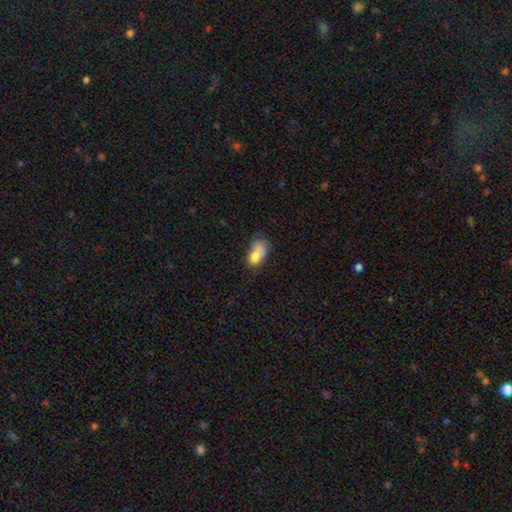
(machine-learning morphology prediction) Smooth or featured?
  - smooth: 73% *
  - featured or disk: 17%
  - star or artifact: 10%
How rounded?
  - in between: 80% *
  - round: 17%
  - cigar-shaped: 3%
Merging?
  - merger: 29% *
  - minor disturbance: 25%
  - none: 25%
  - major disturbance: 21%